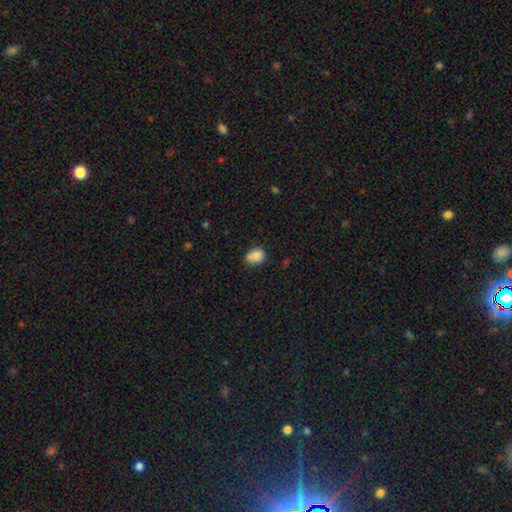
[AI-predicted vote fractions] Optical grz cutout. It shows a smooth galaxy with no disk features (83%) that is in between round and cigar-shaped (64%). Merging: none (56%).